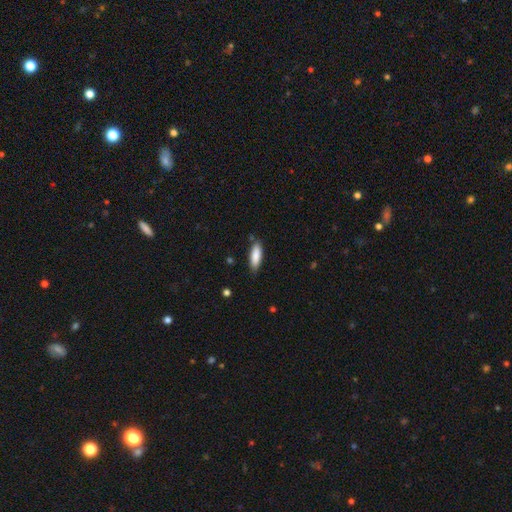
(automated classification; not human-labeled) smooth_or_featured: smooth (p=0.85) [alt: featured or disk p=0.09]
how_rounded: in between (p=0.52) [alt: cigar-shaped p=0.47]
merging: none (p=0.82) [alt: minor disturbance p=0.14]